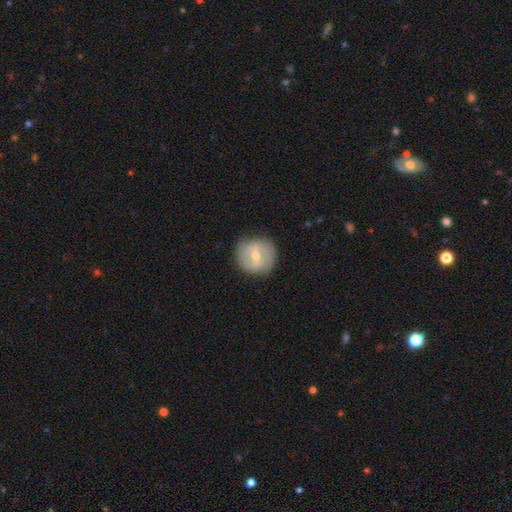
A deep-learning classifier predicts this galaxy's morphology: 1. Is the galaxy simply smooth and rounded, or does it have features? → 61% featured or disk, 33% smooth, 6% star or artifact.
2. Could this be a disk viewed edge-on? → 96% no, 4% yes.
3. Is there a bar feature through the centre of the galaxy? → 55% weak, 25% strong, 20% no.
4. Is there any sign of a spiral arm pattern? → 67% yes, 33% no.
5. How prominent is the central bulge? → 64% moderate, 32% small, 2% large, 1% none, 1% dominant.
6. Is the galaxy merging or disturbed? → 82% none, 13% minor disturbance, 4% major disturbance, 1% merger.